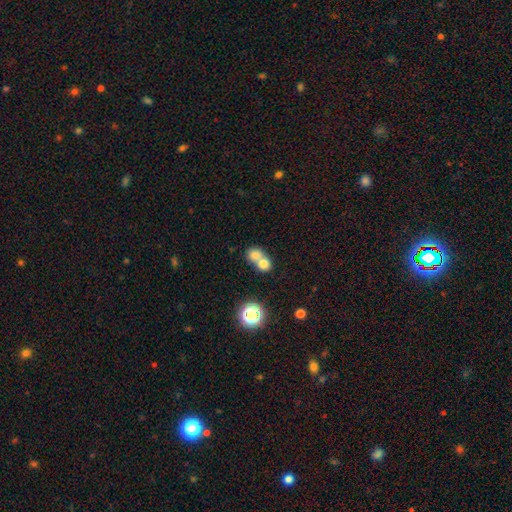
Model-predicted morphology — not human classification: Smooth or featured? smooth (73%)
How rounded? round (71%)
Merging? merger (69%)